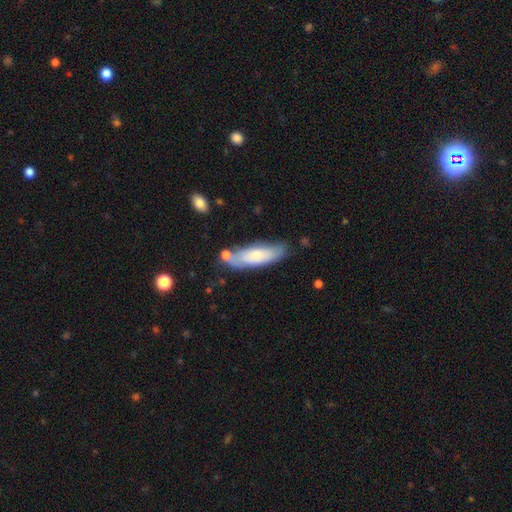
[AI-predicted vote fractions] A smooth galaxy with no disk features (66%) that is cigar-shaped (51%).

Vote fractions:
- Smooth or featured? smooth: 66% / featured or disk: 28% / star or artifact: 6%
- How rounded? cigar-shaped: 51% / in between: 47% / round: 2%
- Merging? none: 68% / minor disturbance: 19% / merger: 8% / major disturbance: 5%